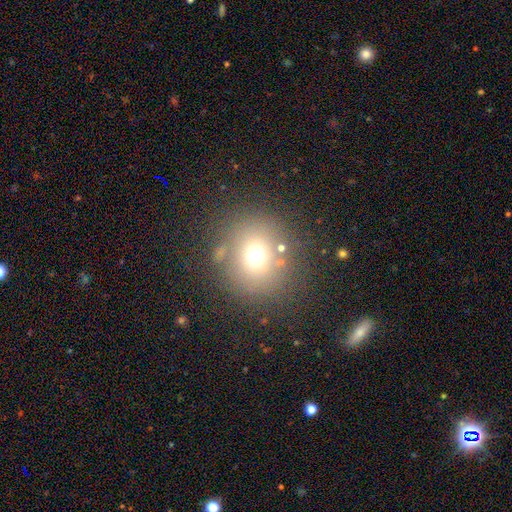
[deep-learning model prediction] smooth_or_featured: smooth (p=0.67) [alt: star or artifact p=0.21]
how_rounded: round (p=0.85) [alt: in between p=0.14]
merging: none (p=0.76) [alt: minor disturbance p=0.10]